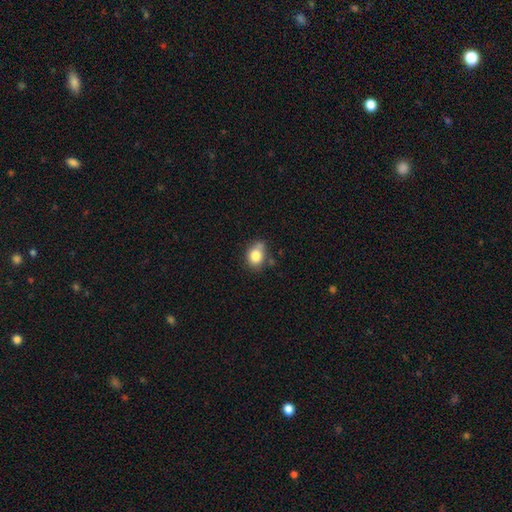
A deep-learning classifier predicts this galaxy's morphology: Overall: smooth (82%). How rounded: round (50%; in between 49%). Merging: none (60%; minor disturbance 25%).